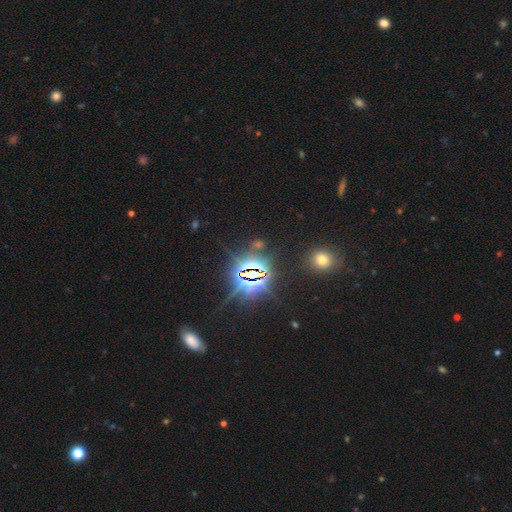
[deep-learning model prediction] Smooth or featured? star or artifact (77%)